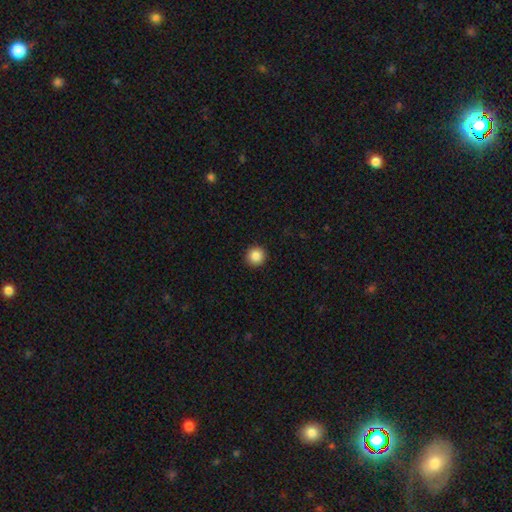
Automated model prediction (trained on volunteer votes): Smooth or featured?
  - smooth: 87% *
  - star or artifact: 10%
  - featured or disk: 4%
How rounded?
  - round: 95% *
  - in between: 4%
  - cigar-shaped: 1%
Merging?
  - none: 93% *
  - minor disturbance: 4%
  - major disturbance: 2%
  - merger: 1%